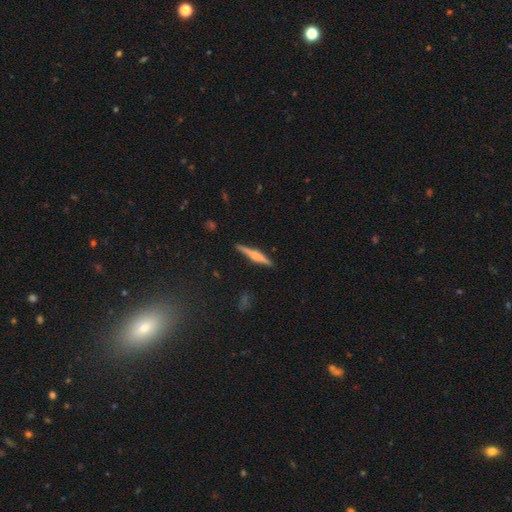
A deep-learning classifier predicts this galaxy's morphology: smooth_or_featured: featured or disk (p=0.59) [alt: smooth p=0.34]
disk_edge_on: yes (p=0.98) [alt: no p=0.02]
edge_on_bulge: rounded (p=0.73) [alt: boxy p=0.17]
merging: none (p=0.89) [alt: minor disturbance p=0.08]